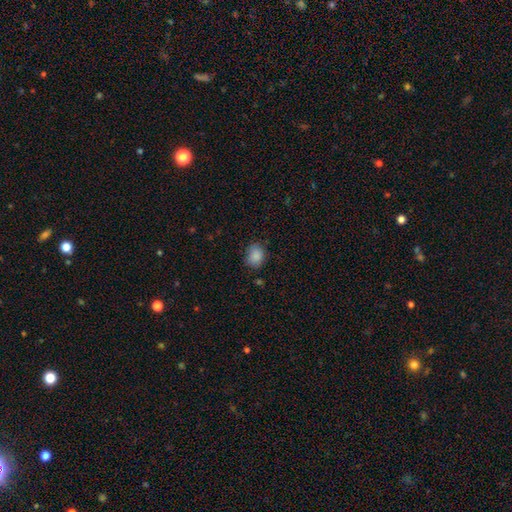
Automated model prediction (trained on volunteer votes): smooth_or_featured: smooth (p=0.87) [alt: star or artifact p=0.09]
how_rounded: in between (p=0.54) [alt: round p=0.45]
merging: none (p=0.79) [alt: minor disturbance p=0.16]